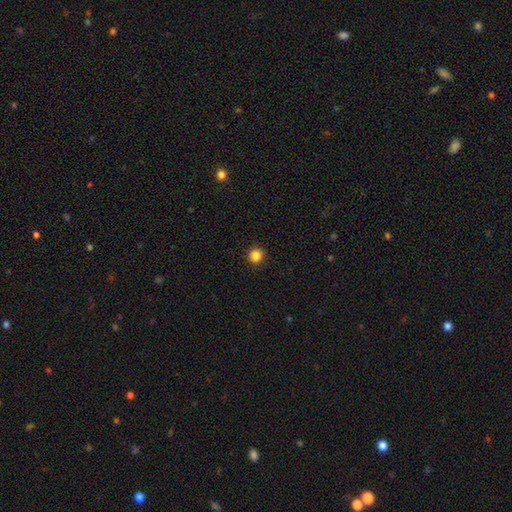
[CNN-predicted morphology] Smooth or featured?
  - smooth: 85% *
  - star or artifact: 12%
  - featured or disk: 4%
How rounded?
  - round: 93% *
  - in between: 6%
  - cigar-shaped: 1%
Merging?
  - none: 92% *
  - minor disturbance: 5%
  - major disturbance: 2%
  - merger: 1%